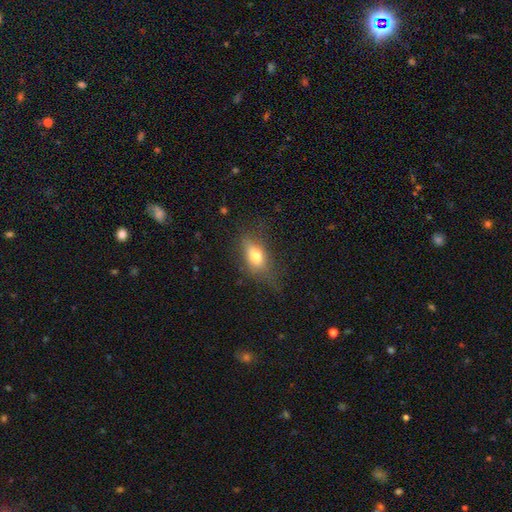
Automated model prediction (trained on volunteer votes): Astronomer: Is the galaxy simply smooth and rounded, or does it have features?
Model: smooth — 72%.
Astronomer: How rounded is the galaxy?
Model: in between — 80%.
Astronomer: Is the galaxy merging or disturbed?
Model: none — 56%.